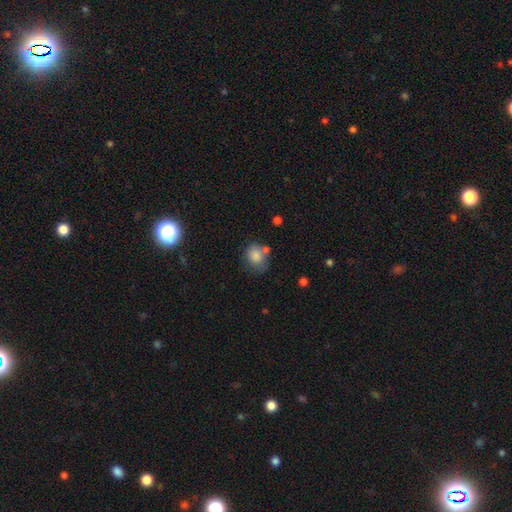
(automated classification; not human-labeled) Q: Smooth or featured?
A: smooth (82%); runner-up: featured or disk (9%)
Q: How rounded?
A: round (56%); runner-up: in between (43%)
Q: Merging?
A: none (53%); runner-up: minor disturbance (23%)